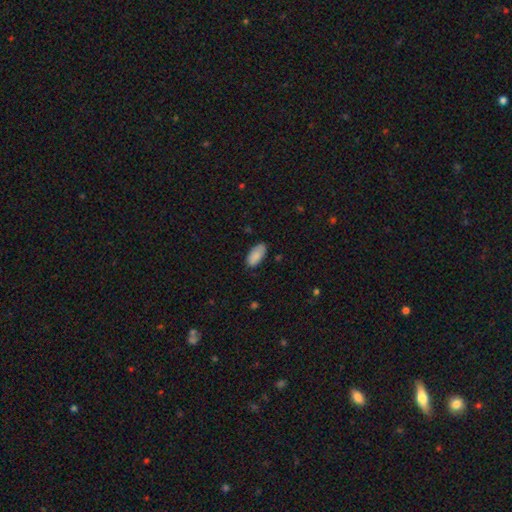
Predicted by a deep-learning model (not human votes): smooth_or_featured: smooth (p=0.88) [alt: star or artifact p=0.06]
how_rounded: in between (p=0.91) [alt: cigar-shaped p=0.07]
merging: none (p=0.80) [alt: minor disturbance p=0.16]